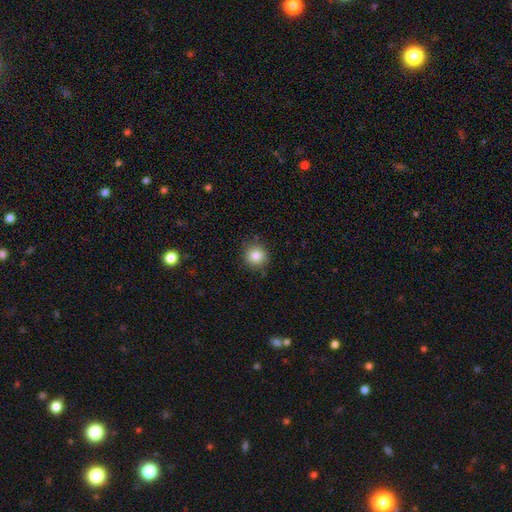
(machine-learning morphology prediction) The model was most divided on "smooth or featured": smooth: 84%, star or artifact: 10%, featured or disk: 6%. More confident: how rounded — round (91%); merging — none (86%).